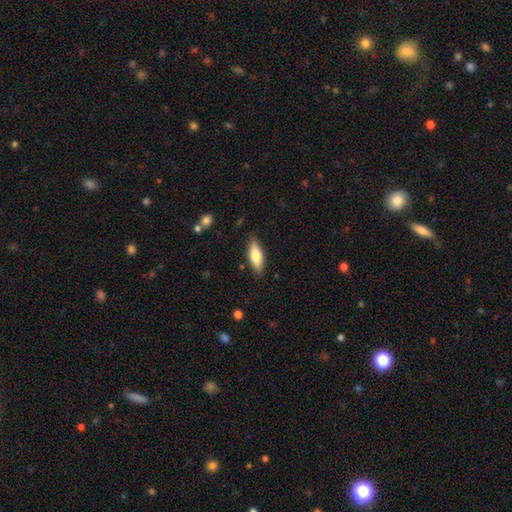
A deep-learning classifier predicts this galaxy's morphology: smooth-or-featured: smooth: 72% | featured or disk: 22% | star or artifact: 6%
  how-rounded: in between: 66% | cigar-shaped: 32% | round: 2%
  merging: none: 85% | minor disturbance: 12% | major disturbance: 2% | merger: 1%